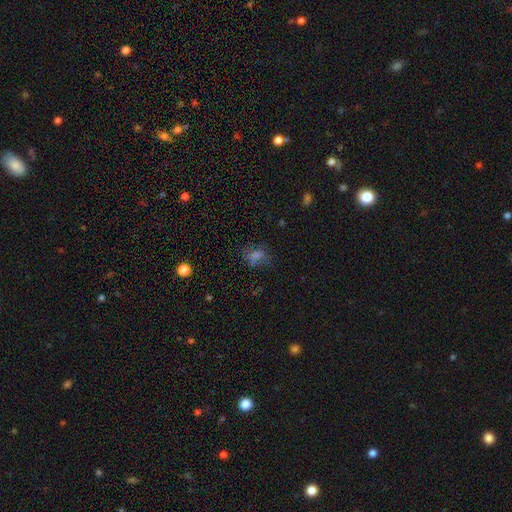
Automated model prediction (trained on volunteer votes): This is possibly a smooth galaxy (48%). Merging: likely none (65%).